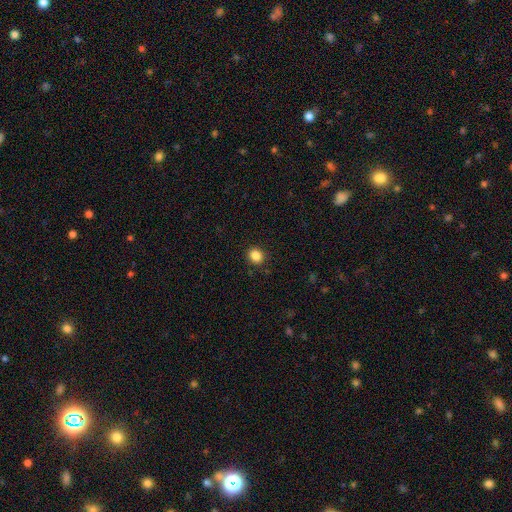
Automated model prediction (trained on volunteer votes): smooth 85%, star or artifact 11%, featured or disk 4%. Down the decision tree: how rounded — round (80%); merging — none (90%).